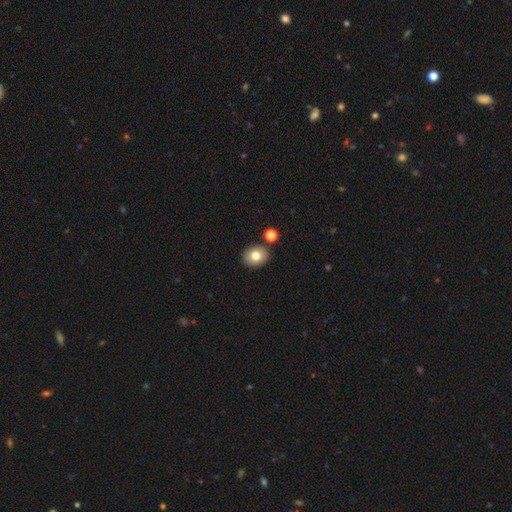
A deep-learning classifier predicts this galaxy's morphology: Smooth or featured?
  - smooth: 79% *
  - featured or disk: 11%
  - star or artifact: 10%
How rounded?
  - round: 55% *
  - in between: 44%
  - cigar-shaped: 1%
Merging?
  - none: 84% *
  - minor disturbance: 8%
  - merger: 6%
  - major disturbance: 2%